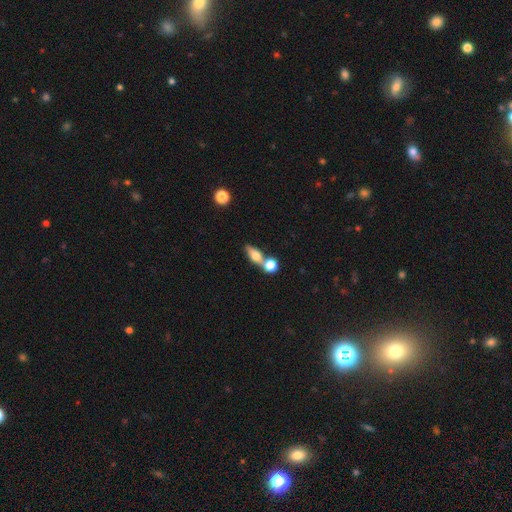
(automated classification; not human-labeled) The model was most divided on "merging": none: 44%, merger: 41%, minor disturbance: 10%, major disturbance: 5%. More confident: smooth or featured — smooth (62%); how rounded — in between (57%).